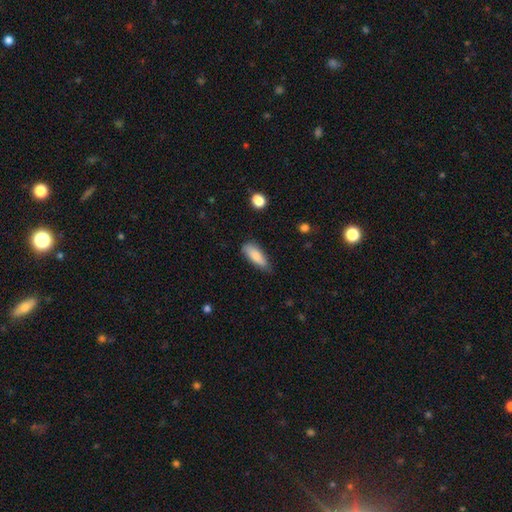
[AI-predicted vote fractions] smooth-or-featured: smooth: 83% | featured or disk: 10% | star or artifact: 6%
  how-rounded: in between: 69% | cigar-shaped: 29% | round: 2%
  merging: none: 70% | minor disturbance: 25% | major disturbance: 4% | merger: 2%